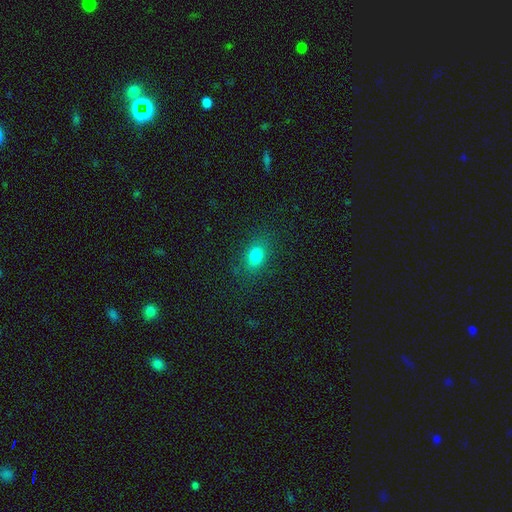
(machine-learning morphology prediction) This is clearly a smooth galaxy (81%). How rounded: likely in between (73%). Merging: clearly none (83%).